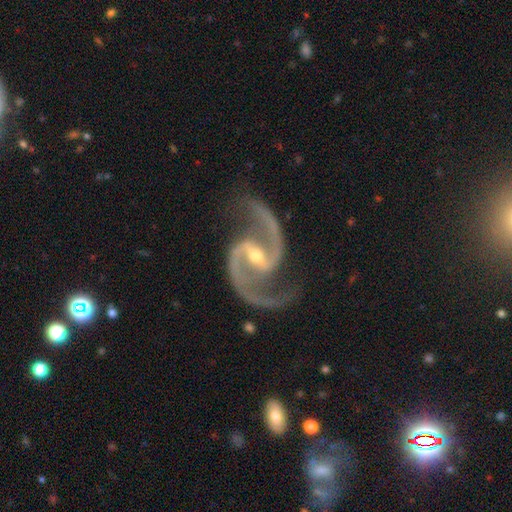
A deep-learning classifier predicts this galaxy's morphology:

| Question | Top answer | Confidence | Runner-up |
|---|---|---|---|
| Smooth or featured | featured or disk | 95% | star or artifact (4%) |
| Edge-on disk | no | 98% | yes (2%) |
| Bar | strong | 43% | weak (42%) |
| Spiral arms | yes | 99% | no (1%) |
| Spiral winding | medium | 57% | loose (33%) |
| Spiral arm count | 2 | 95% | 3 (1%) |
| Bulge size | small | 54% | moderate (43%) |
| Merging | none | 80% | minor disturbance (13%) |